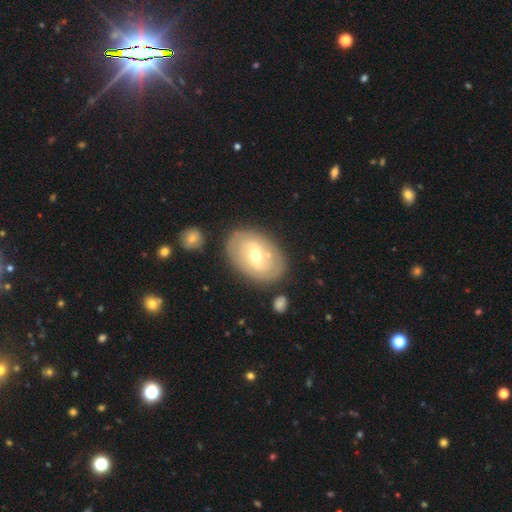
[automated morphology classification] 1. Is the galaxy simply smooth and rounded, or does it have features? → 58% featured or disk, 35% smooth, 7% star or artifact.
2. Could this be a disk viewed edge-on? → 94% no, 6% yes.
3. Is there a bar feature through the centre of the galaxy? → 46% weak, 39% no, 15% strong.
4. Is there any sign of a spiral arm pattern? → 59% yes, 41% no.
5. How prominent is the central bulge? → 61% moderate, 34% small, 4% large, 1% dominant, 1% none.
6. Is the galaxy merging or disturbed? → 77% none, 13% minor disturbance, 6% merger, 4% major disturbance.